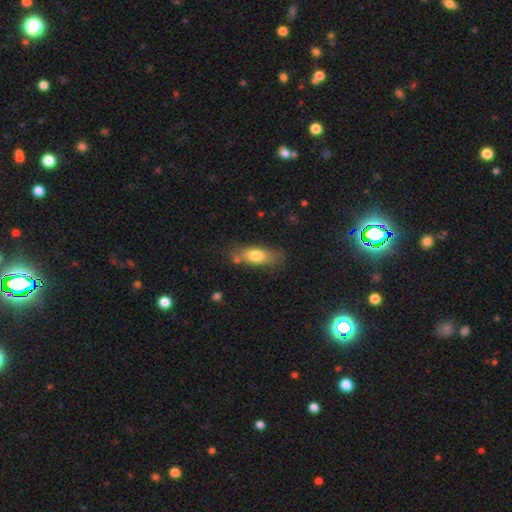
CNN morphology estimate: Smooth or featured? smooth (74%)
How rounded? in between (75%)
Merging? none (69%)